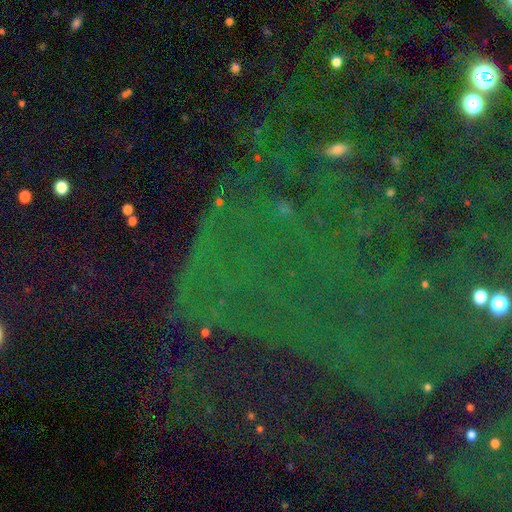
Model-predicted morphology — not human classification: smooth-or-featured: star or artifact: 83% | smooth: 9% | featured or disk: 9%